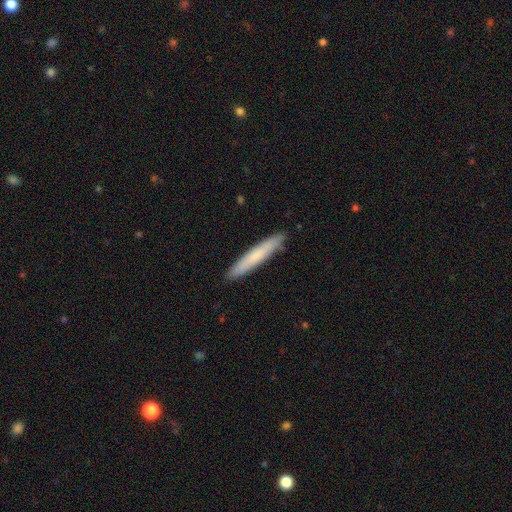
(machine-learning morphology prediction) Smooth or featured?
  - smooth: 71% *
  - featured or disk: 24%
  - star or artifact: 6%
How rounded?
  - cigar-shaped: 94% *
  - in between: 4%
  - round: 1%
Merging?
  - none: 90% *
  - minor disturbance: 7%
  - major disturbance: 1%
  - merger: 1%